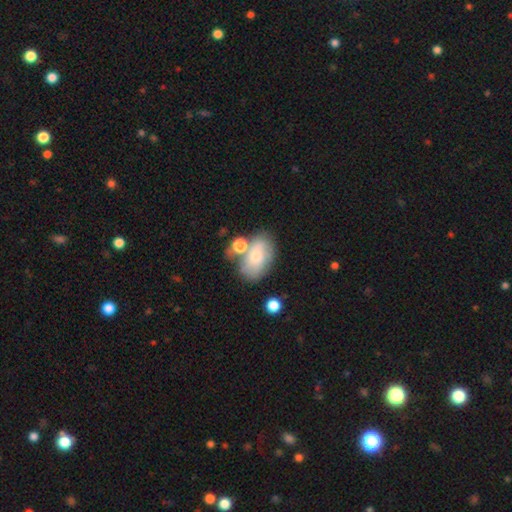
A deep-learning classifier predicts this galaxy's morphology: This appears to be a smooth galaxy with no disk features (53%) that is in between round and cigar-shaped (83%). Merging: none (52%).